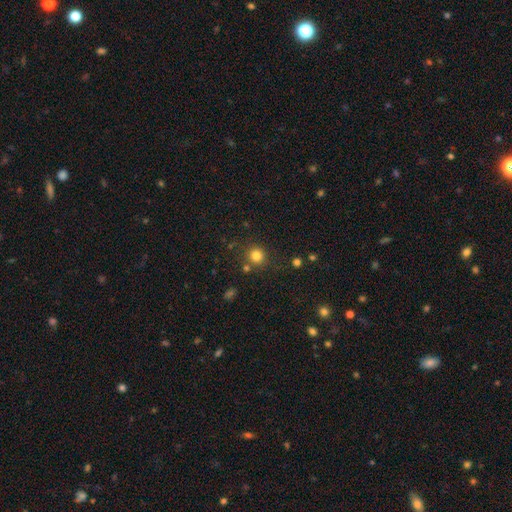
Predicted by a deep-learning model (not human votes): Overall: smooth (81%). How rounded: round (92%). Merging: none (82%).